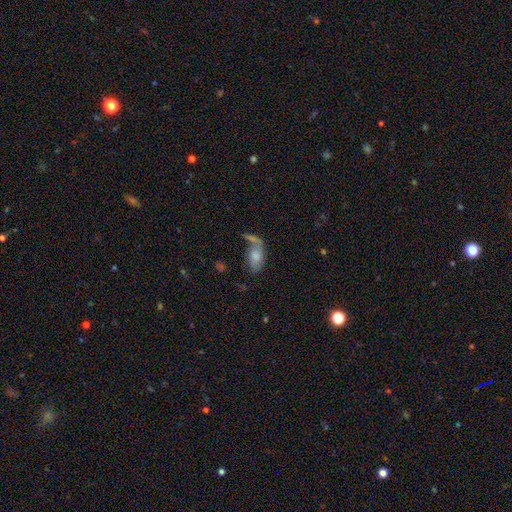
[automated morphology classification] Smooth or featured?
  - smooth: 68% *
  - featured or disk: 23%
  - star or artifact: 9%
How rounded?
  - in between: 89% *
  - cigar-shaped: 6%
  - round: 5%
Merging?
  - none: 34% *
  - merger: 32%
  - major disturbance: 17%
  - minor disturbance: 16%